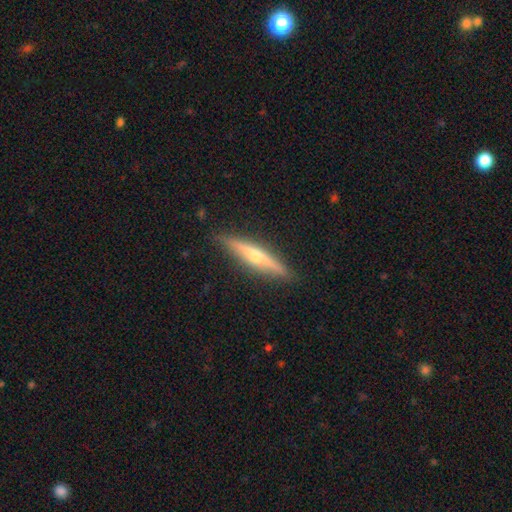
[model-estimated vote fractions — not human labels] Smooth or featured? Predicted: featured or disk (p=0.66). Edge-on disk? Predicted: yes (p=0.96). Edge-on bulge? Predicted: rounded (p=0.85). Merging? Predicted: none (p=0.89).